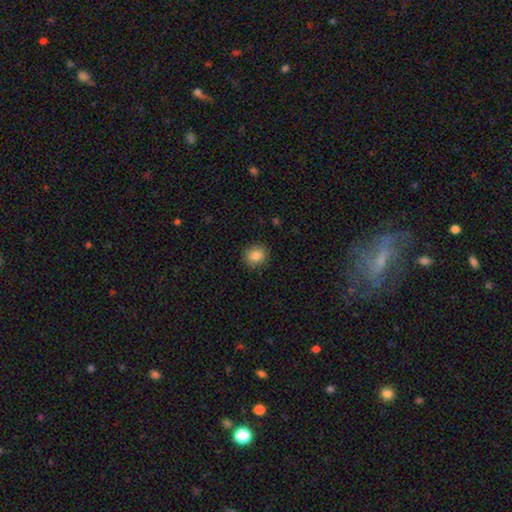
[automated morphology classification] smooth-or-featured: smooth: 85% | star or artifact: 9% | featured or disk: 5%
  how-rounded: round: 80% | in between: 19% | cigar-shaped: 1%
  merging: none: 89% | minor disturbance: 8% | major disturbance: 2% | merger: 1%